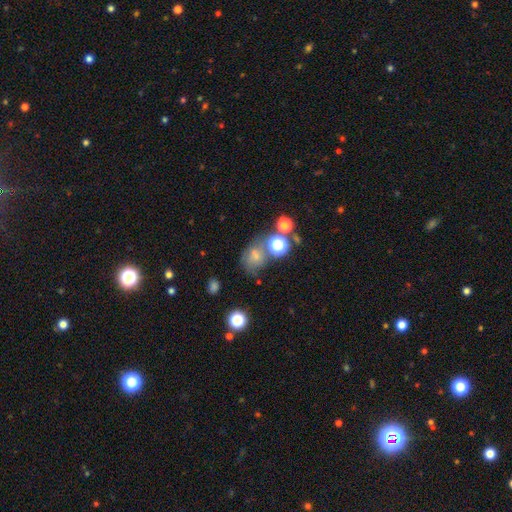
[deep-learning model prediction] This is likely a smooth galaxy (62%). How rounded: possibly round (56%). Merging: marginally none (45%).